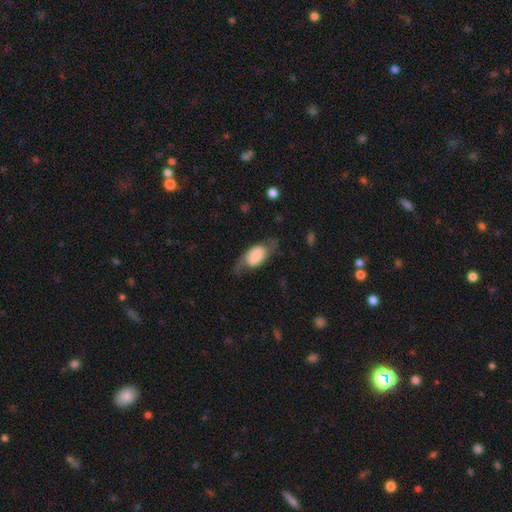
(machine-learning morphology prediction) type=smooth (56%); roundness=in between (91%); merging=none (49%).